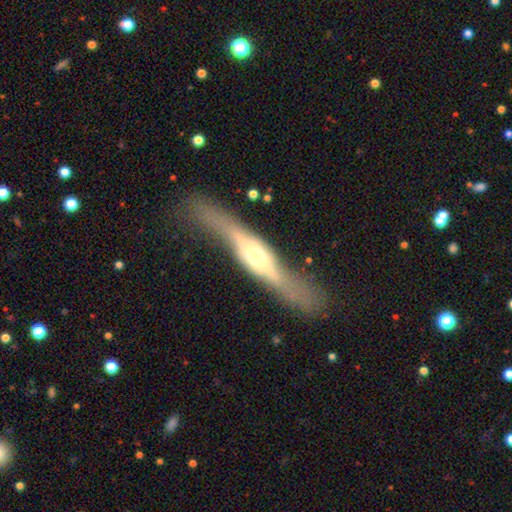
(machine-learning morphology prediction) This is likely a featured or disk galaxy (77%). It is likely viewed edge-on (76%). Edge-on bulge: clearly rounded (84%). Merging: likely none (66%).